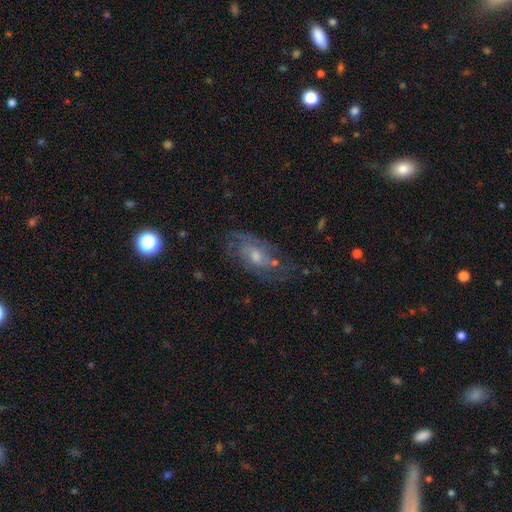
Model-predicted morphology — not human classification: A featured or disk galaxy (68%) with no bar (67%), spiral arms (79%) and a moderate central bulge (52%).

Vote fractions:
- Smooth or featured? featured or disk: 68% / smooth: 21% / star or artifact: 11%
- Edge-on disk? no: 93% / yes: 7%
- Bar? no: 67% / weak: 28% / strong: 4%
- Spiral arms? yes: 79% / no: 21%
- Bulge size? moderate: 52% / small: 37% / large: 5% / none: 5% / dominant: 1%
- Merging? none: 61% / minor disturbance: 22% / major disturbance: 15% / merger: 3%